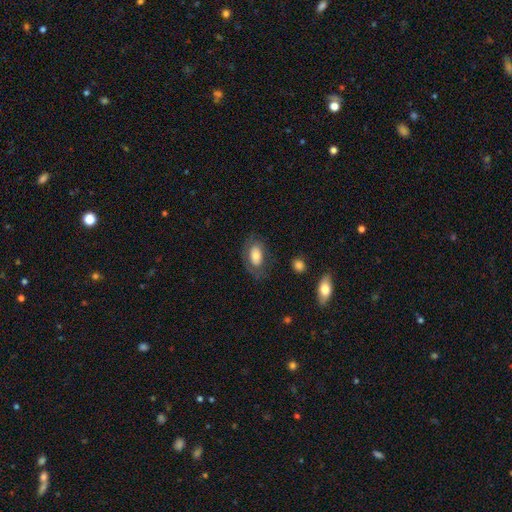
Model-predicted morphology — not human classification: This is likely a smooth galaxy (66%). How rounded: clearly in between (91%). Merging: likely none (67%).